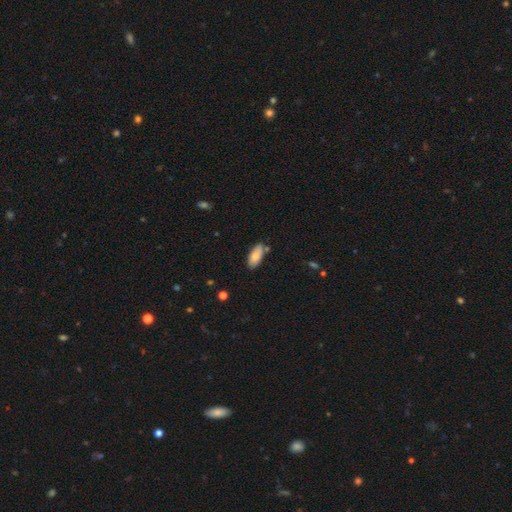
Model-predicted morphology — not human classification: smooth 80%, featured or disk 13%, star or artifact 7%. Down the decision tree: how rounded — in between (85%); merging — none (75%).